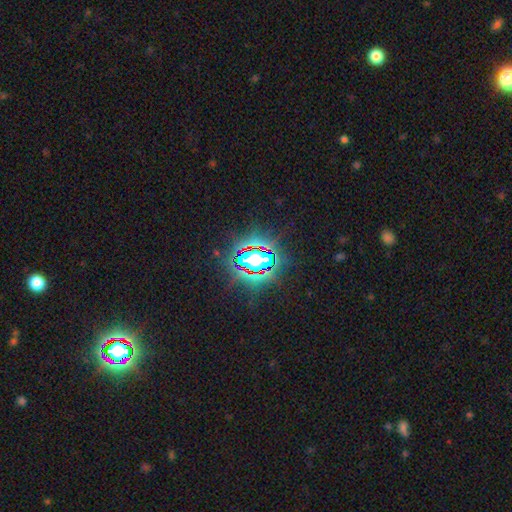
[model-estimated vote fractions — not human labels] Q: Smooth or featured?
A: star or artifact (81%); runner-up: smooth (11%)